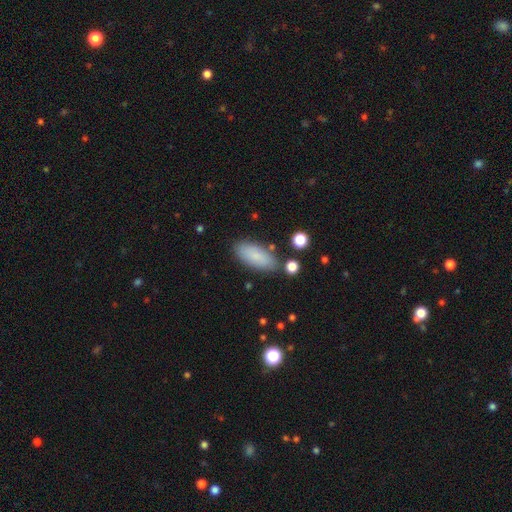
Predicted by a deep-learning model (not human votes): The model was most divided on "merging": none: 81%, minor disturbance: 12%, merger: 4%, major disturbance: 3%. More confident: how rounded — in between (85%); smooth or featured — smooth (84%).